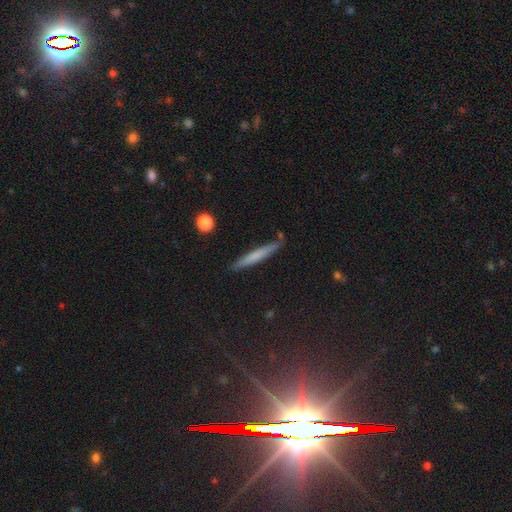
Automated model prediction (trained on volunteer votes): A smooth galaxy with no disk features (60%) that is cigar-shaped (95%).

Vote fractions:
- Smooth or featured? smooth: 60% / featured or disk: 31% / star or artifact: 8%
- How rounded? cigar-shaped: 95% / in between: 3% / round: 2%
- Merging? none: 85% / minor disturbance: 11% / merger: 2% / major disturbance: 2%